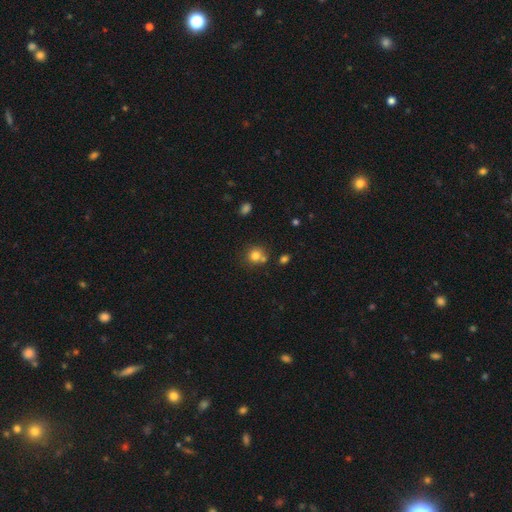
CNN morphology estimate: Smooth or featured? Predicted: smooth (p=0.78). How rounded? Predicted: round (p=0.85). Merging? Predicted: none (p=0.61).